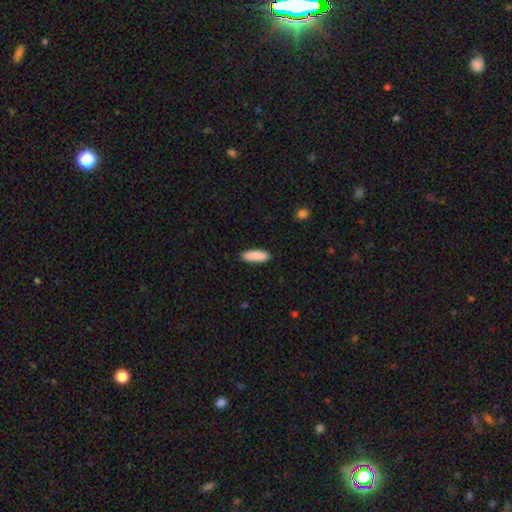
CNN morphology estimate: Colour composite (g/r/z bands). It shows a smooth galaxy with no disk features (90%) that is in between round and cigar-shaped (51%). Merging: none (89%).